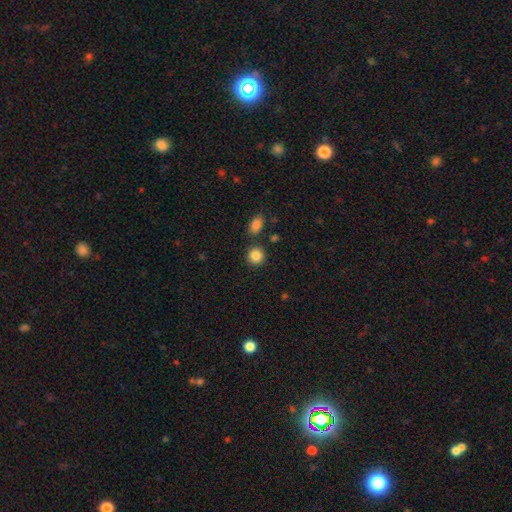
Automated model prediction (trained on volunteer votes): Morphology: type=smooth (87%); roundness=round (88%); merging=none (84%).